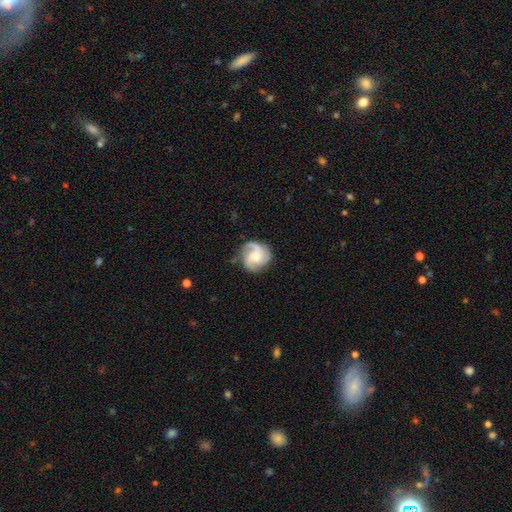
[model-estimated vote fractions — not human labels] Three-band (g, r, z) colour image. It shows a featured or disk galaxy (86%) with no bar (64%), 3 (63%) medium (50%) spiral arms (98%) and a moderate central bulge (52%). Merging: none (73%).